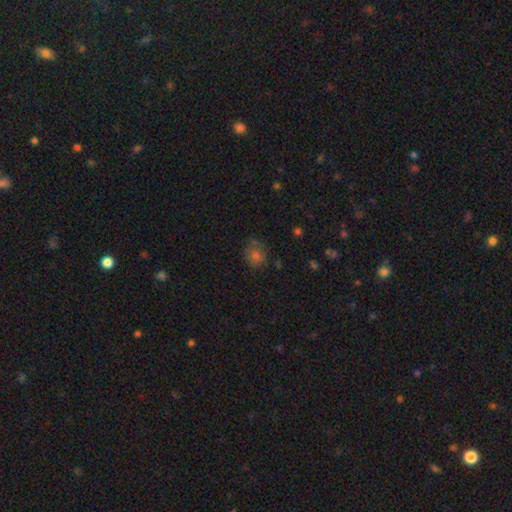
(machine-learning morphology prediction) Smooth or featured?
  - smooth: 66% *
  - star or artifact: 21%
  - featured or disk: 14%
How rounded?
  - round: 72% *
  - in between: 27%
  - cigar-shaped: 1%
Merging?
  - none: 64% *
  - minor disturbance: 24%
  - major disturbance: 9%
  - merger: 3%